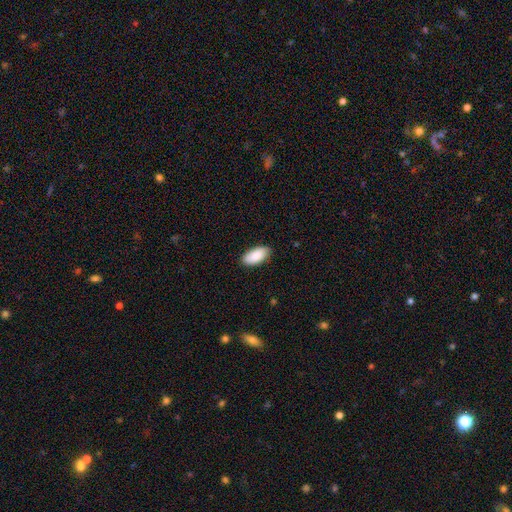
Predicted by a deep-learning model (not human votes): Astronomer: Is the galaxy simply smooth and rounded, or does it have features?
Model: smooth — 89%.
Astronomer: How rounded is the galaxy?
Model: in between — 93%.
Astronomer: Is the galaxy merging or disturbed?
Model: none — 86%.